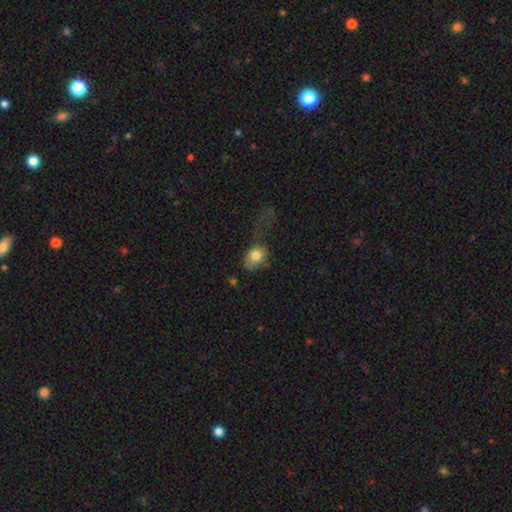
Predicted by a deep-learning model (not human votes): Smooth or featured?
  - smooth: 78% *
  - featured or disk: 13%
  - star or artifact: 9%
How rounded?
  - in between: 61% *
  - round: 37%
  - cigar-shaped: 1%
Merging?
  - major disturbance: 42% *
  - none: 27%
  - minor disturbance: 27%
  - merger: 4%